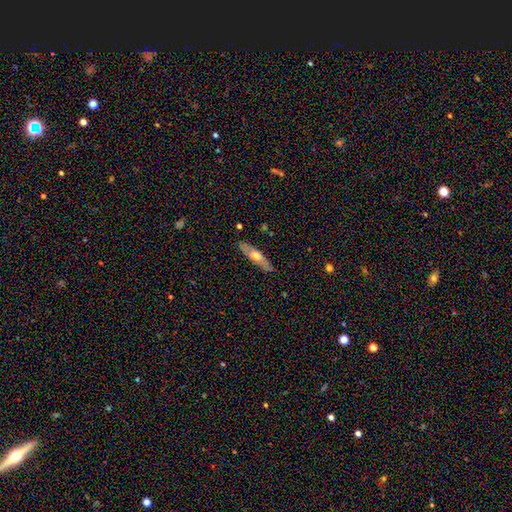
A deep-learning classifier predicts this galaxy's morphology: Smooth or featured?
  - smooth: 50% *
  - featured or disk: 45%
  - star or artifact: 5%
Merging?
  - none: 87% *
  - minor disturbance: 10%
  - major disturbance: 2%
  - merger: 1%